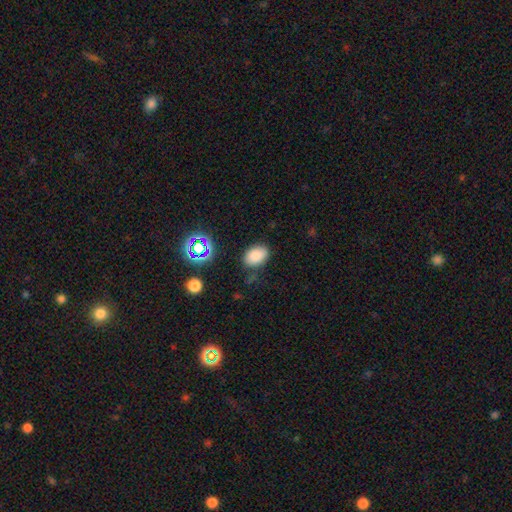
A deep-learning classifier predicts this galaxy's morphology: Smooth or featured? smooth (79%)
How rounded? in between (84%)
Merging? none (78%)